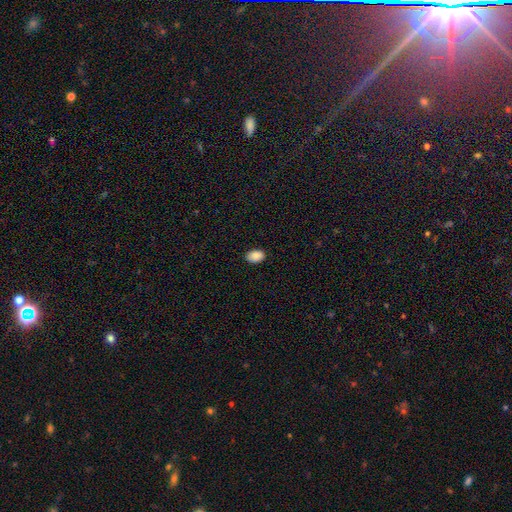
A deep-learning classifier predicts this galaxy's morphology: Smooth or featured?
  - smooth: 88% *
  - star or artifact: 7%
  - featured or disk: 4%
How rounded?
  - in between: 89% *
  - round: 10%
  - cigar-shaped: 1%
Merging?
  - none: 87% *
  - minor disturbance: 10%
  - major disturbance: 2%
  - merger: 1%